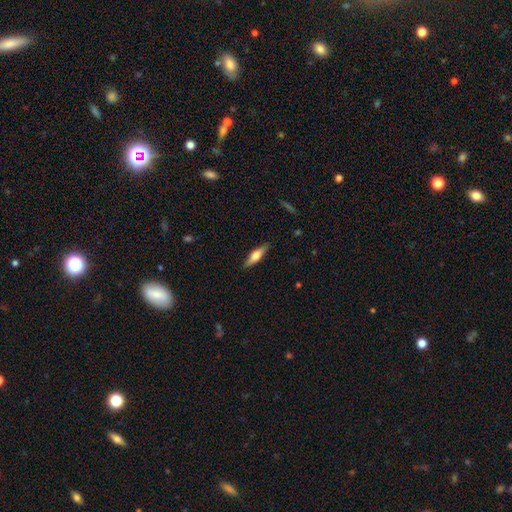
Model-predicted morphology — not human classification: Smooth or featured? smooth (47%, tied with featured or disk)
Merging? none (87%)